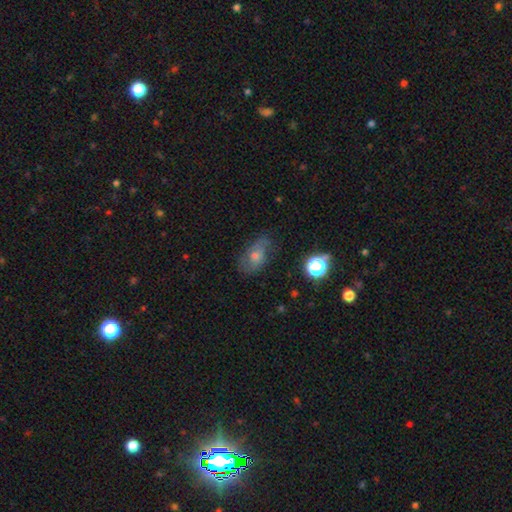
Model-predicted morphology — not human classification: A smooth galaxy with no disk features (44%). Merging: none (64%).